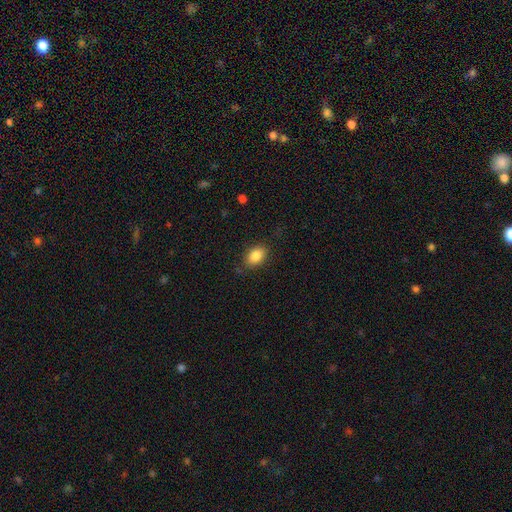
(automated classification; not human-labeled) Smooth or featured? smooth (85%)
How rounded? in between (82%)
Merging? none (82%)